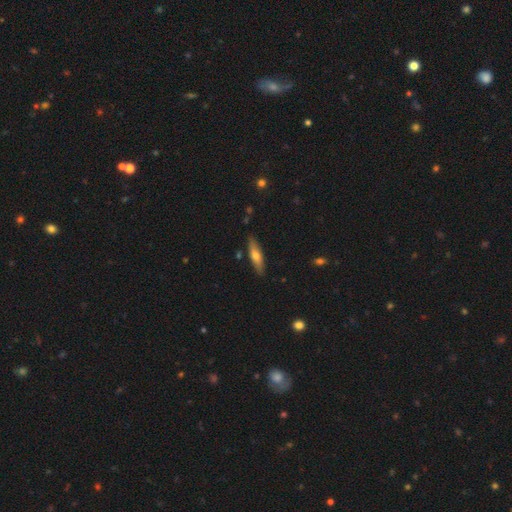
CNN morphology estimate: Smooth or featured? Predicted: smooth (p=0.55). How rounded? Predicted: cigar-shaped (p=0.71). Merging? Predicted: none (p=0.86).